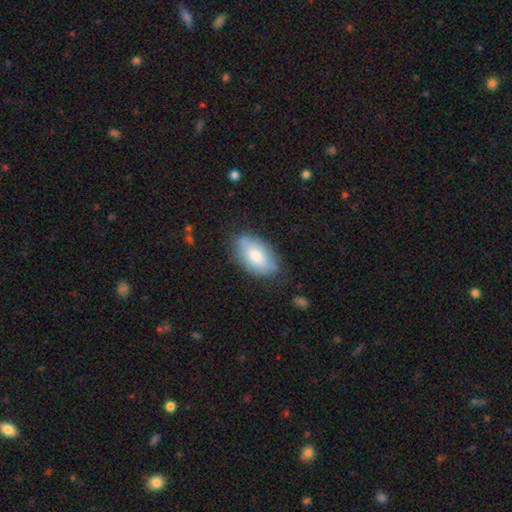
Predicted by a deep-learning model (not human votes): A smooth galaxy with no disk features (74%) that is in between round and cigar-shaped (94%).

Vote fractions:
- Smooth or featured? smooth: 74% / featured or disk: 20% / star or artifact: 6%
- How rounded? in between: 94% / round: 4% / cigar-shaped: 2%
- Merging? none: 71% / minor disturbance: 22% / major disturbance: 5% / merger: 2%